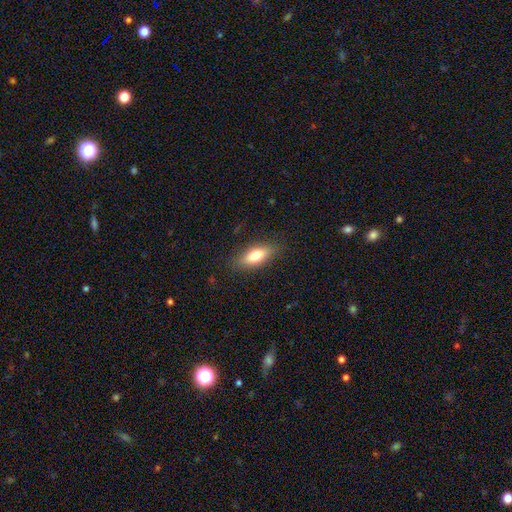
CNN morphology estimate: Q: Smooth or featured?
A: smooth (73%); runner-up: featured or disk (19%)
Q: How rounded?
A: in between (72%); runner-up: cigar-shaped (25%)
Q: Merging?
A: none (86%); runner-up: minor disturbance (10%)